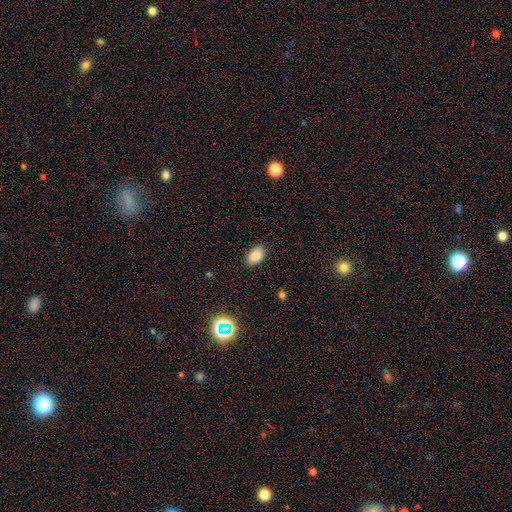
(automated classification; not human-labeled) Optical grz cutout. It shows a smooth galaxy with no disk features (85%) that is in between round and cigar-shaped (89%). Merging: none (85%).